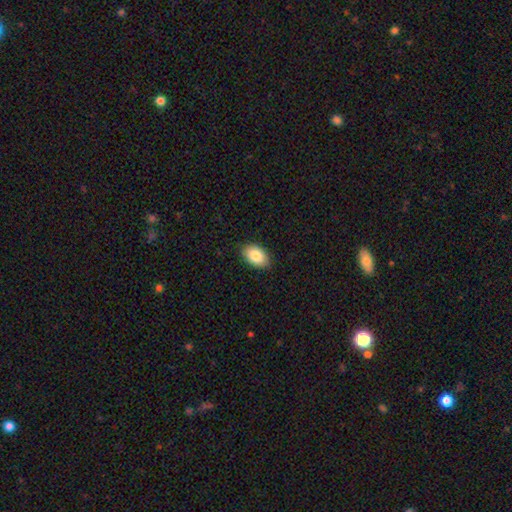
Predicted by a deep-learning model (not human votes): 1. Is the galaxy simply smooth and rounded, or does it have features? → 85% smooth, 8% featured or disk, 7% star or artifact.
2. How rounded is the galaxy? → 91% in between, 8% round, 1% cigar-shaped.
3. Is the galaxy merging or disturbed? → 88% none, 10% minor disturbance, 2% major disturbance, 1% merger.